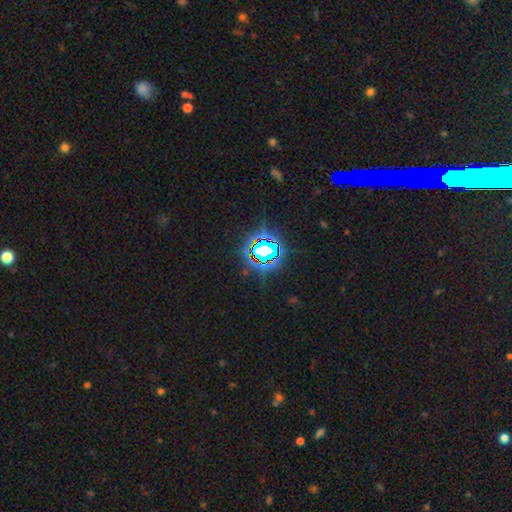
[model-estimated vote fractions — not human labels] Morphology: type=star or artifact (79%).